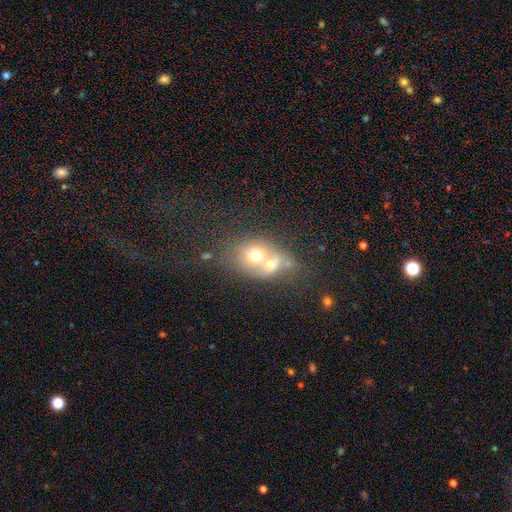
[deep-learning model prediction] Smooth or featured: smooth — 58% (featured or disk — 30%)
How rounded: round — 59% (in between — 40%)
Merging: merger — 72% (none — 17%)